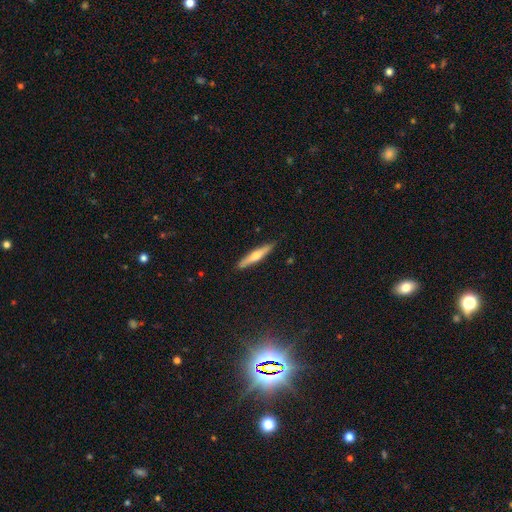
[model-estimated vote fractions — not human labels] This is possibly a featured or disk galaxy (52%). It is clearly viewed edge-on (96%). Merging: clearly none (90%).